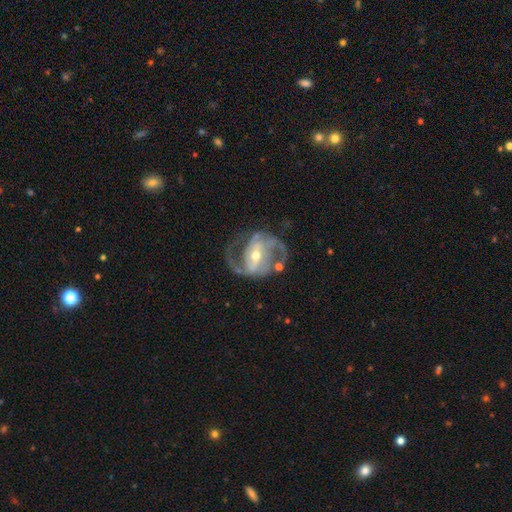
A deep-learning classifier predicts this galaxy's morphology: featured or disk 90%, star or artifact 5%, smooth 5%. Down the decision tree: edge-on disk — no (97%); bar — strong (48%); spiral arms — yes (96%); spiral arm count — 2 (88%); spiral winding — medium (57%); bulge size — moderate (51%); merging — none (68%).